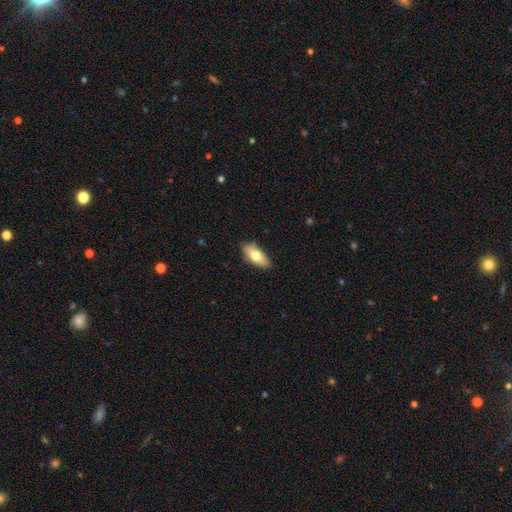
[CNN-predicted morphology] The model was most divided on "smooth or featured": smooth: 72%, featured or disk: 22%, star or artifact: 6%. More confident: merging — none (85%); how rounded — in between (82%).